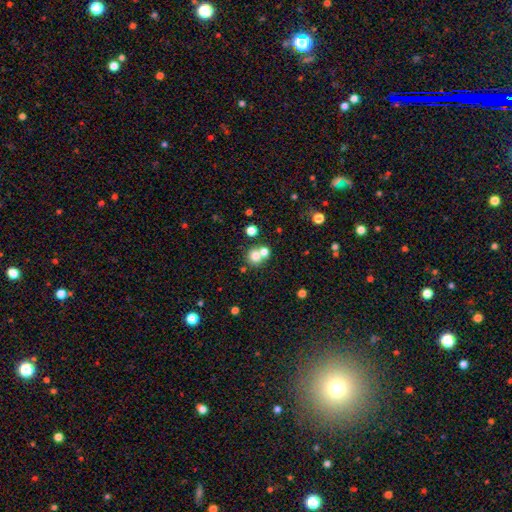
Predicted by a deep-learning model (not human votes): Q: Smooth or featured?
A: smooth (74%); runner-up: star or artifact (14%)
Q: How rounded?
A: round (86%); runner-up: in between (13%)
Q: Merging?
A: none (48%); runner-up: merger (42%)